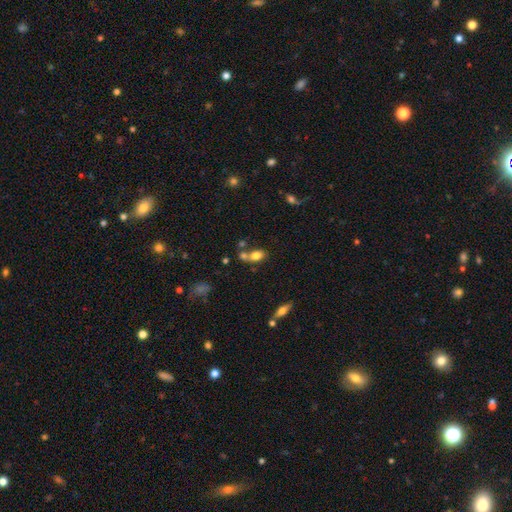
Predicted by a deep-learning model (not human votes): A smooth galaxy with no disk features (78%) that is in between round and cigar-shaped (85%).

Vote fractions:
- Smooth or featured? smooth: 78% / featured or disk: 12% / star or artifact: 10%
- How rounded? in between: 85% / round: 12% / cigar-shaped: 4%
- Merging? none: 46% / merger: 37% / minor disturbance: 12% / major disturbance: 5%